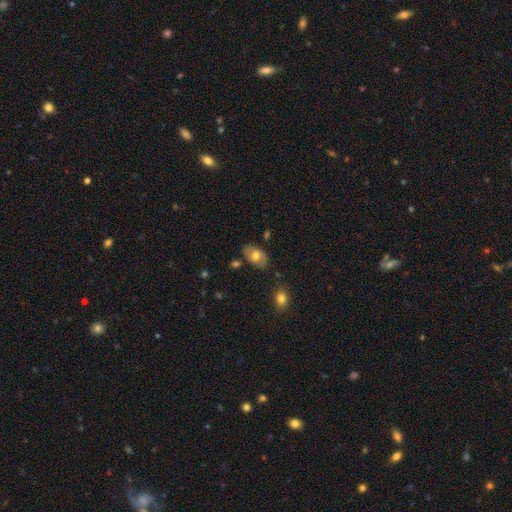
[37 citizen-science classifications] smooth_or_featured: smooth (p=0.73) [alt: featured or disk p=0.22]
how_rounded: in between (p=0.89) [alt: round p=0.11]
merging: none (p=0.54) [alt: minor disturbance p=0.29]